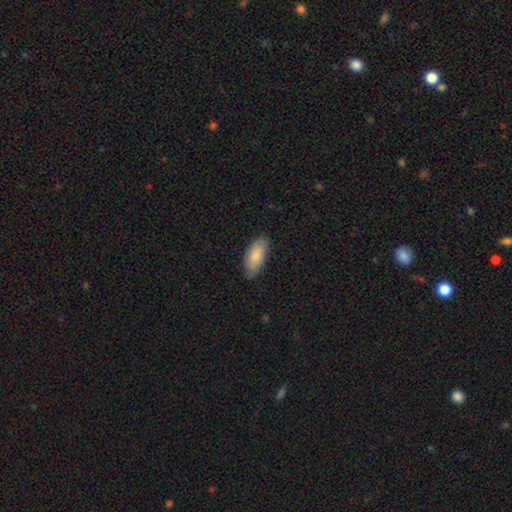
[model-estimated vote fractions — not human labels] The model was most divided on "merging": none: 80%, minor disturbance: 17%, major disturbance: 3%, merger: 1%. More confident: how rounded — in between (89%); smooth or featured — smooth (80%).